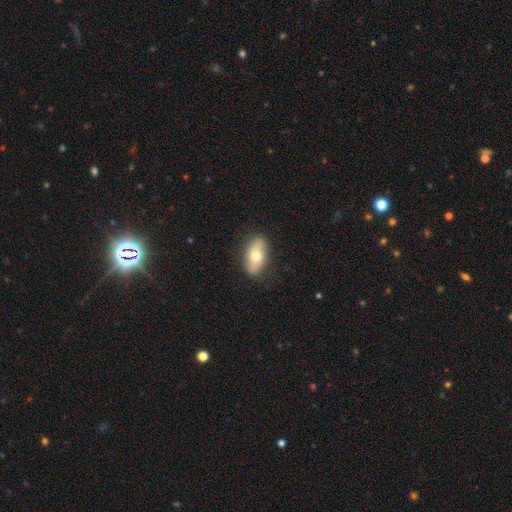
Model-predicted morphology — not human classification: smooth-or-featured: smooth: 66% | featured or disk: 28% | star or artifact: 6%
  how-rounded: in between: 87% | cigar-shaped: 8% | round: 5%
  merging: none: 85% | minor disturbance: 11% | major disturbance: 2% | merger: 1%